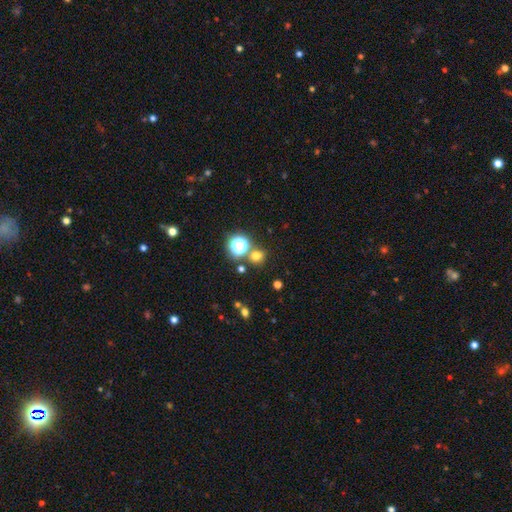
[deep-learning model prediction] Smooth or featured?
  - smooth: 65% *
  - star or artifact: 28%
  - featured or disk: 7%
How rounded?
  - round: 84% *
  - in between: 15%
  - cigar-shaped: 1%
Merging?
  - none: 76% *
  - merger: 12%
  - minor disturbance: 8%
  - major disturbance: 3%